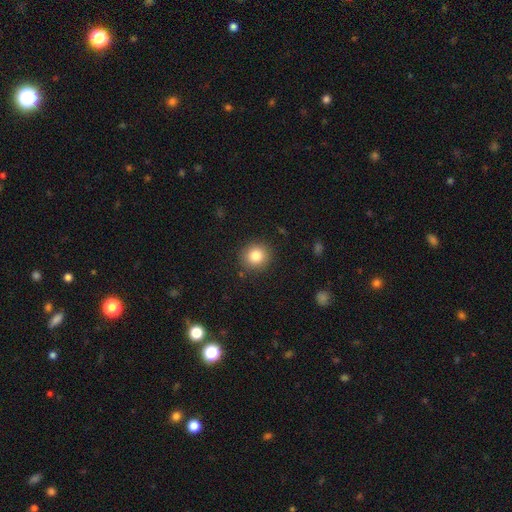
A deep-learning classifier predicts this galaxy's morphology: Smooth or featured?
  - smooth: 82% *
  - star or artifact: 10%
  - featured or disk: 7%
How rounded?
  - round: 90% *
  - in between: 9%
  - cigar-shaped: 1%
Merging?
  - none: 89% *
  - minor disturbance: 7%
  - major disturbance: 2%
  - merger: 1%